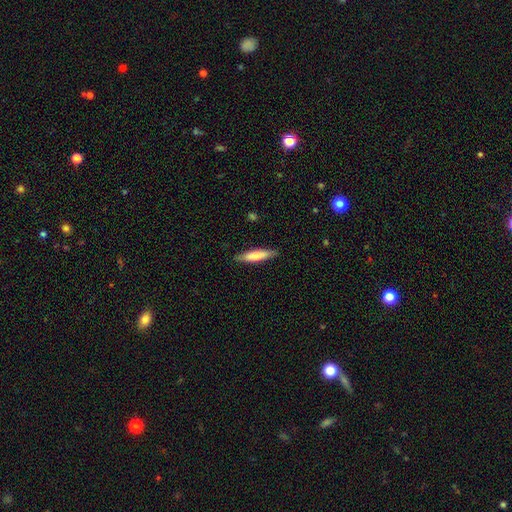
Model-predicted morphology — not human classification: The model was most divided on "smooth or featured": smooth: 76%, featured or disk: 19%, star or artifact: 5%. More confident: merging — none (86%); how rounded — cigar-shaped (83%).